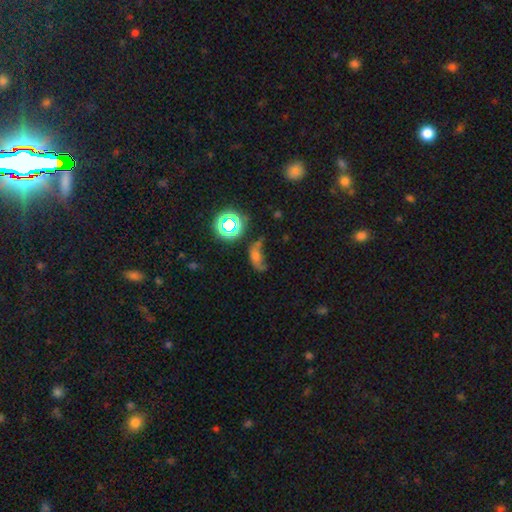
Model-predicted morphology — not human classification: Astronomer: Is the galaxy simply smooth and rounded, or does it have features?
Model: smooth — 45% (runner-up: star or artifact, 31%).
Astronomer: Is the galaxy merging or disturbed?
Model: none — 32% (runner-up: major disturbance, 31%).